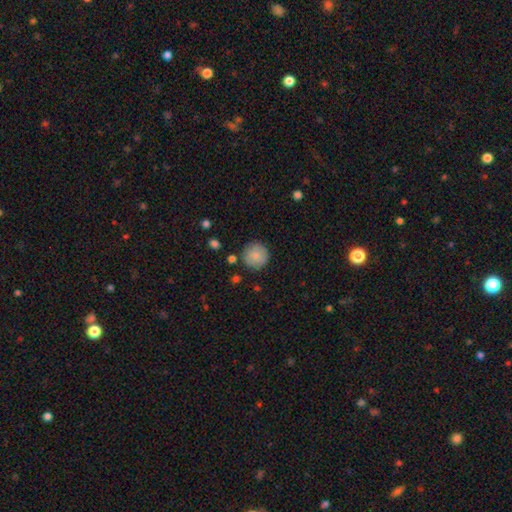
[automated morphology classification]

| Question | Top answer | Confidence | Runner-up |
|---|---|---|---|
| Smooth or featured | smooth | 85% | featured or disk (8%) |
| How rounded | round | 95% | in between (4%) |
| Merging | none | 86% | minor disturbance (9%) |